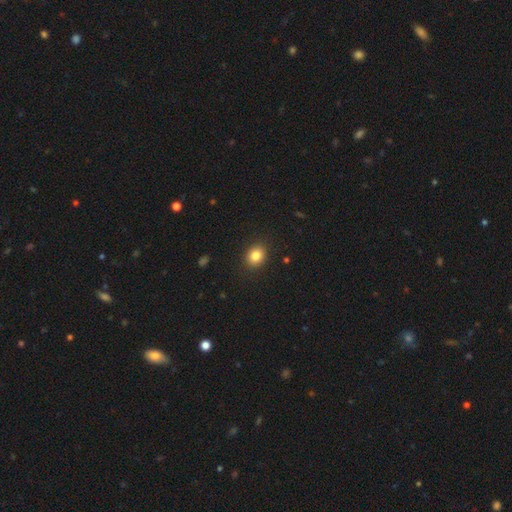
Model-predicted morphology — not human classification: smooth 83%, star or artifact 10%, featured or disk 6%. Down the decision tree: how rounded — round (59%); merging — none (89%).